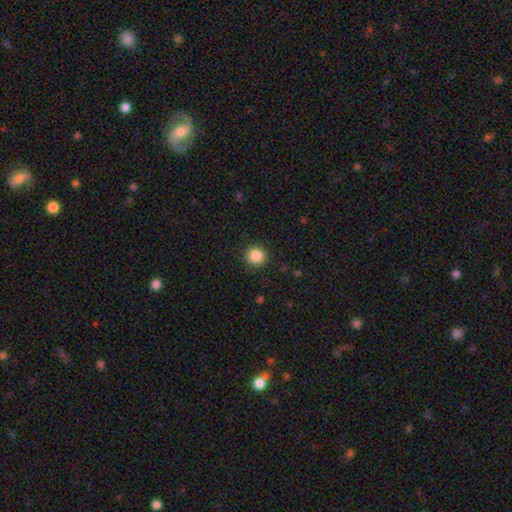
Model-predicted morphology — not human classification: Q: Smooth or featured?
A: smooth (86%); runner-up: star or artifact (10%)
Q: How rounded?
A: round (94%); runner-up: in between (5%)
Q: Merging?
A: none (91%); runner-up: minor disturbance (6%)